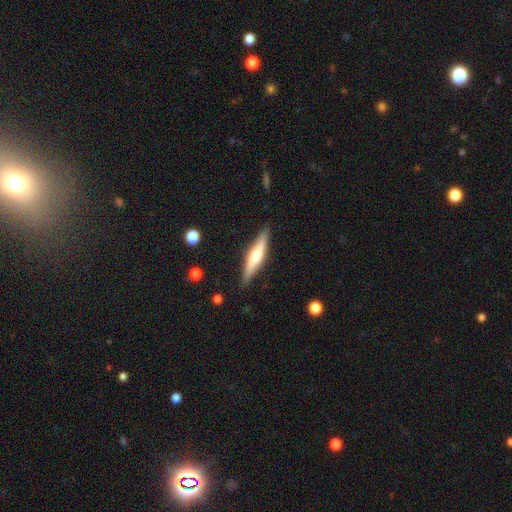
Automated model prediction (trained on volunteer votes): This is possibly a featured or disk galaxy (51%). It is clearly viewed edge-on (93%). Merging: clearly none (87%).